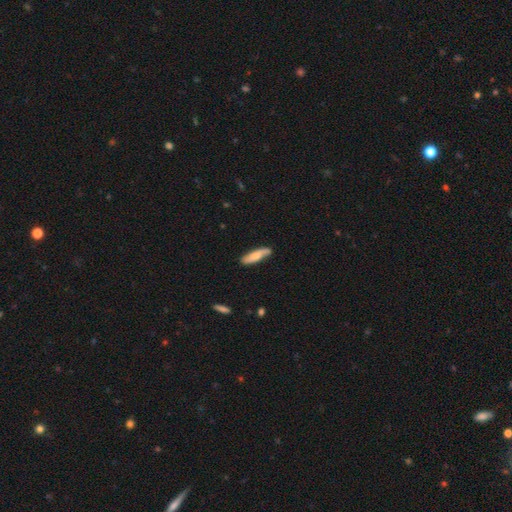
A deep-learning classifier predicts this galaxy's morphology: Smooth or featured?
  - smooth: 66% *
  - featured or disk: 29%
  - star or artifact: 6%
How rounded?
  - cigar-shaped: 66% *
  - in between: 33%
  - round: 2%
Merging?
  - none: 76% *
  - minor disturbance: 19%
  - major disturbance: 3%
  - merger: 2%